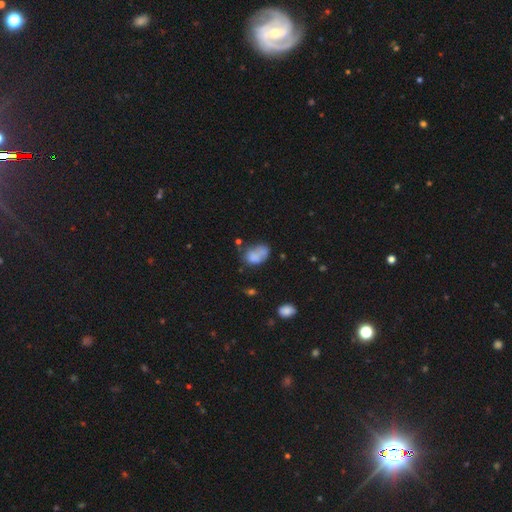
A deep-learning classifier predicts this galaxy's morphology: Smooth or featured? Predicted: smooth (p=0.68). How rounded? Predicted: in between (p=0.78). Merging? Predicted: none (p=0.31).